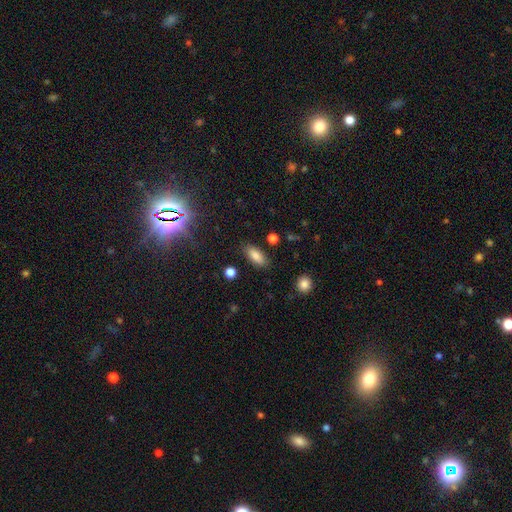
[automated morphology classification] Overall: smooth (83%). How rounded: in between (83%). Merging: none (84%).